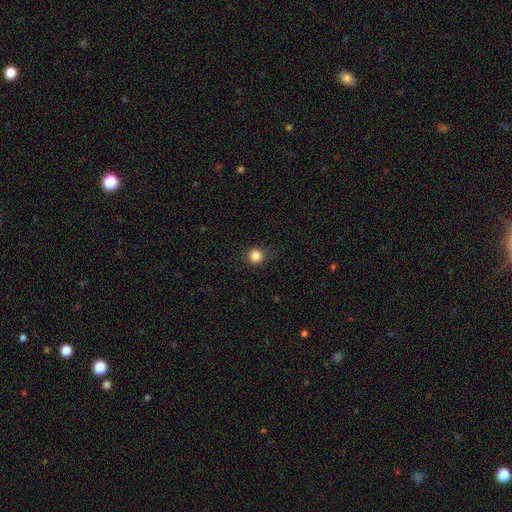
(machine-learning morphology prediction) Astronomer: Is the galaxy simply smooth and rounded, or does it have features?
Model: smooth — 85%.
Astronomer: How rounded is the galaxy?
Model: round — 93%.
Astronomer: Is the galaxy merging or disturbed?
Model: none — 89%.